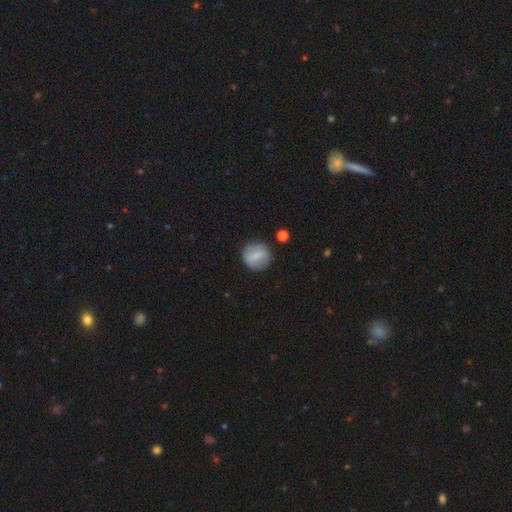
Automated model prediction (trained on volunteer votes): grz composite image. It shows a smooth galaxy with no disk features (66%) that is round (86%). Merging: none (83%).